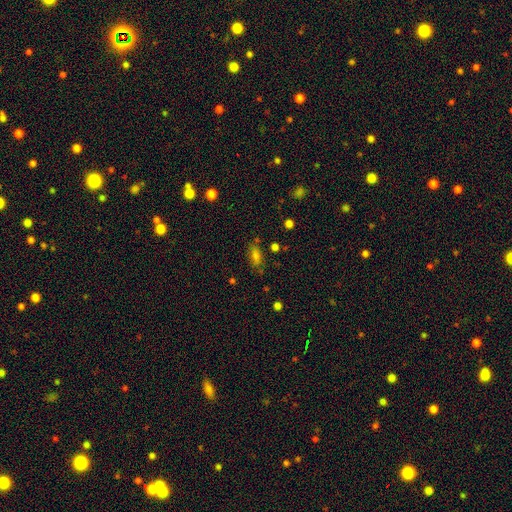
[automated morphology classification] Smooth or featured: smooth — 74% (star or artifact — 15%)
How rounded: in between — 82% (cigar-shaped — 12%)
Merging: none — 73% (minor disturbance — 17%)